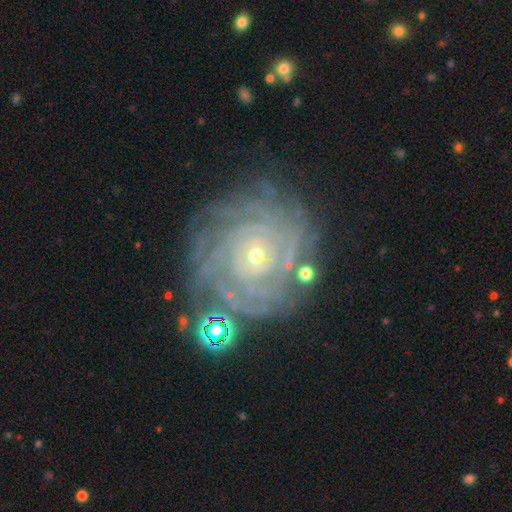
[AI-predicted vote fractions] A featured or disk galaxy (90%) with no bar (75%), more than 4 (27%) tight (87%) spiral arms (98%) and a small central bulge (77%).

Vote fractions:
- Smooth or featured? featured or disk: 90% / star or artifact: 6% / smooth: 4%
- Edge-on disk? no: 97% / yes: 3%
- Bar? no: 75% / weak: 18% / strong: 7%
- Spiral arms? yes: 98% / no: 2%
- Spiral winding? tight: 87% / medium: 11% / loose: 2%
- Spiral arm count? more than 4: 27% / can't tell: 23% / 4: 20% / 3: 13% / 2: 10% / 1: 8%
- Bulge size? small: 77% / moderate: 20% / large: 1% / none: 1% / dominant: 1%
- Merging? none: 78% / minor disturbance: 13% / major disturbance: 5% / merger: 3%